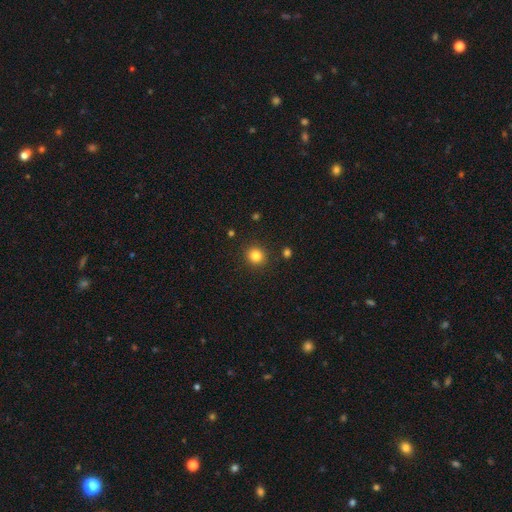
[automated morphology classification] smooth-or-featured: smooth: 83% | star or artifact: 12% | featured or disk: 5%
  how-rounded: round: 87% | in between: 12% | cigar-shaped: 1%
  merging: none: 90% | minor disturbance: 6% | major disturbance: 2% | merger: 2%